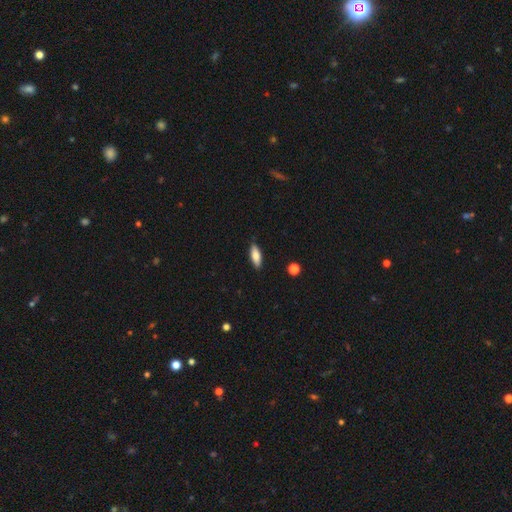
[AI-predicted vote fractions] smooth-or-featured: smooth: 79% | featured or disk: 14% | star or artifact: 6%
  how-rounded: in between: 69% | cigar-shaped: 29% | round: 2%
  merging: none: 87% | minor disturbance: 10% | major disturbance: 2% | merger: 1%